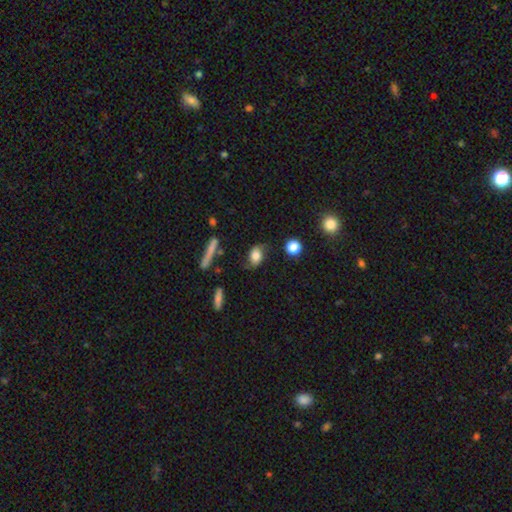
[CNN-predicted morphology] Q: Smooth or featured?
A: smooth (65%); runner-up: featured or disk (26%)
Q: How rounded?
A: in between (74%); runner-up: round (22%)
Q: Merging?
A: none (65%); runner-up: minor disturbance (24%)